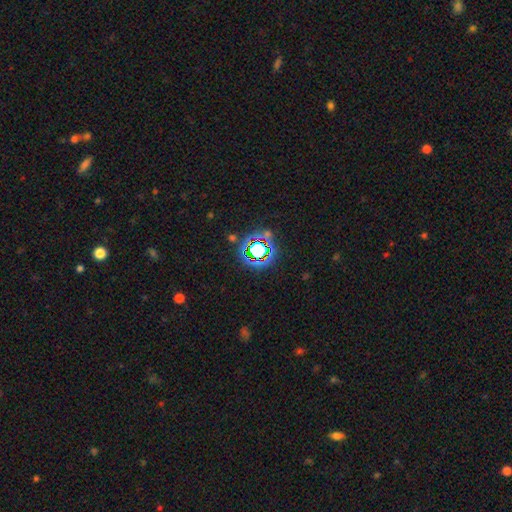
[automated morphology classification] smooth_or_featured: star or artifact (p=0.74) [alt: smooth p=0.17]